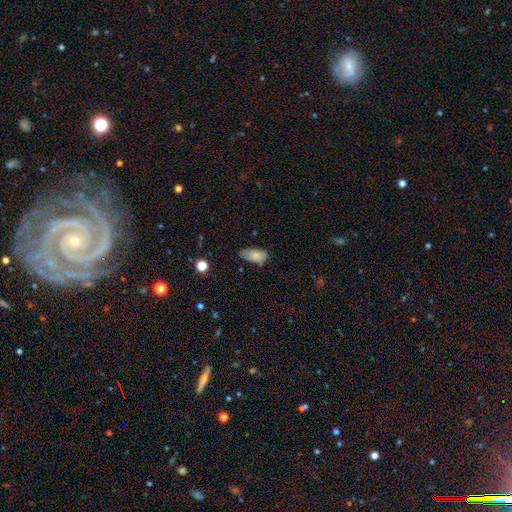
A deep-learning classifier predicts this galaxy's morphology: The model was most divided on "merging": none: 61%, minor disturbance: 31%, major disturbance: 6%, merger: 2%. More confident: how rounded — in between (92%); smooth or featured — smooth (80%).